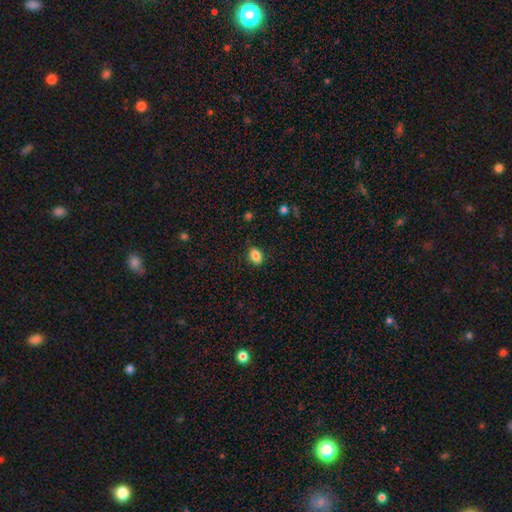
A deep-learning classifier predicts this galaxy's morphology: A smooth galaxy with no disk features (86%) that is in between round and cigar-shaped (77%). Merging: none (87%).